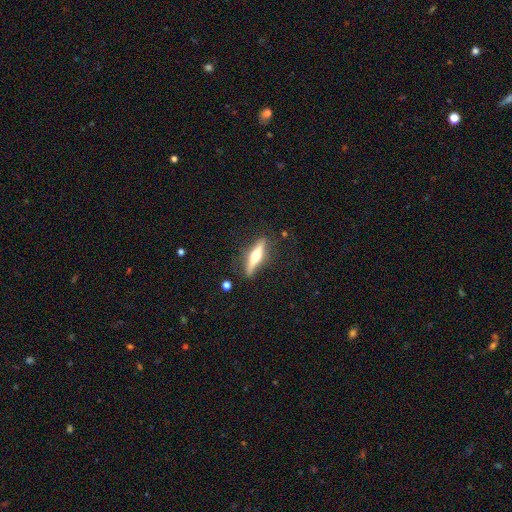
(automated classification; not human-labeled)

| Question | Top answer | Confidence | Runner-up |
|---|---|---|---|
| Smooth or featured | featured or disk | 62% | smooth (33%) |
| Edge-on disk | yes | 95% | no (5%) |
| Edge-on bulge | rounded | 93% | boxy (4%) |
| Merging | none | 84% | minor disturbance (11%) |